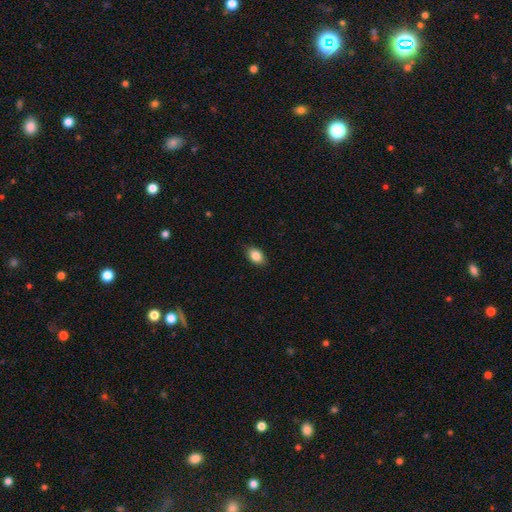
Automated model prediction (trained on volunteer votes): This is clearly a smooth galaxy (86%). How rounded: clearly in between (84%). Merging: clearly none (85%).